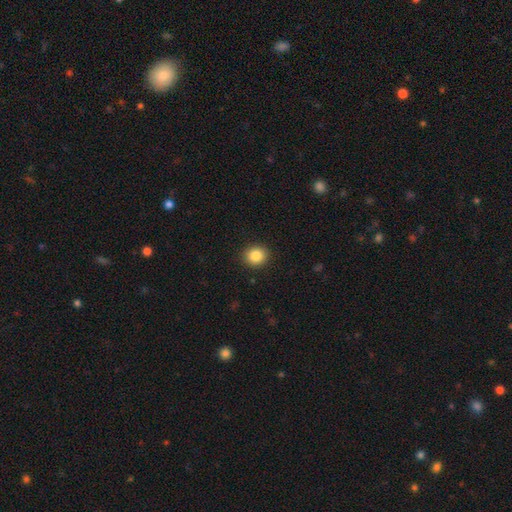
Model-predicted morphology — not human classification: A smooth galaxy with no disk features (86%) that is round (82%). Merging: none (91%).